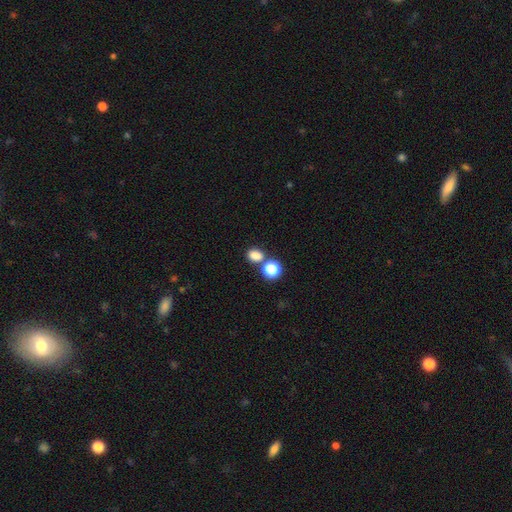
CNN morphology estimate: Smooth or featured? smooth (81%)
How rounded? round (52%)
Merging? none (63%)